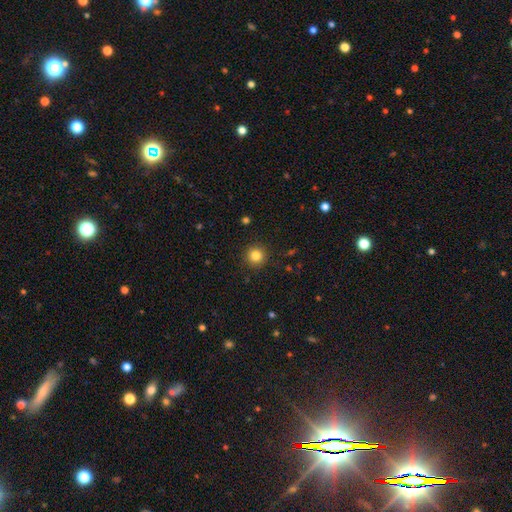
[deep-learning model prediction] Overall: smooth (83%). How rounded: round (95%). Merging: none (92%).